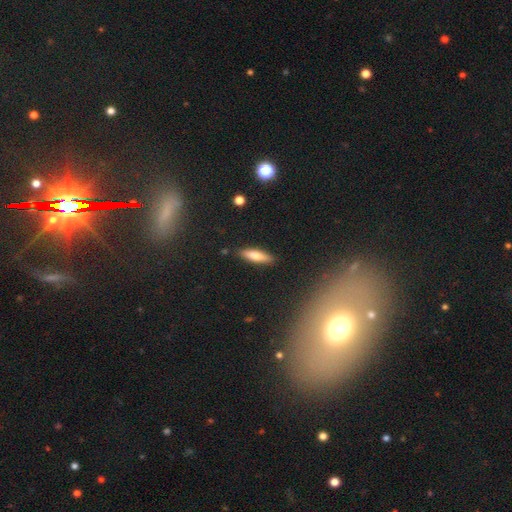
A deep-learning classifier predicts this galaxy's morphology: A smooth galaxy with no disk features (69%) that is cigar-shaped (64%).

Vote fractions:
- Smooth or featured? smooth: 69% / featured or disk: 24% / star or artifact: 7%
- How rounded? cigar-shaped: 64% / in between: 34% / round: 2%
- Merging? none: 87% / minor disturbance: 9% / major disturbance: 2% / merger: 2%